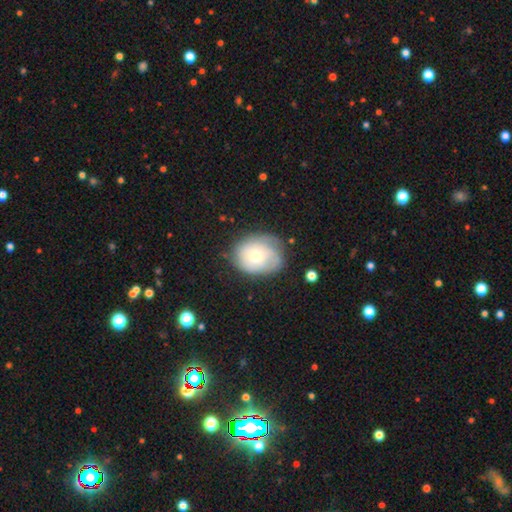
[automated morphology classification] Overall: smooth (50%; featured or disk 42%). How rounded: round (52%; in between 47%). Merging: none (66%).